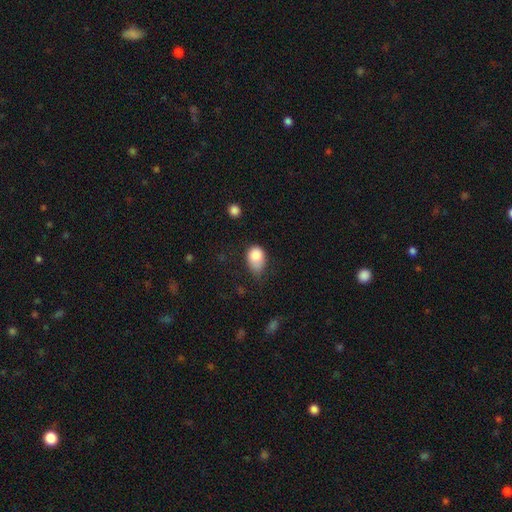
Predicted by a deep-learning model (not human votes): Q: Smooth or featured?
A: smooth (83%); runner-up: star or artifact (9%)
Q: How rounded?
A: in between (69%); runner-up: round (30%)
Q: Merging?
A: minor disturbance (46%); runner-up: none (32%)